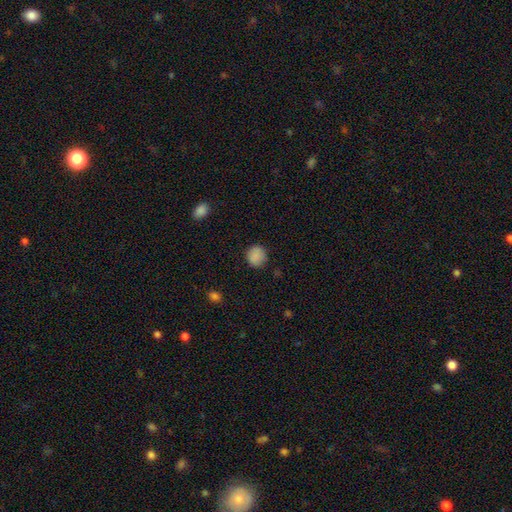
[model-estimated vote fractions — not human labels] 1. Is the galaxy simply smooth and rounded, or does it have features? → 86% smooth, 9% star or artifact, 4% featured or disk.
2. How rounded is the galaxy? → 84% round, 15% in between, 1% cigar-shaped.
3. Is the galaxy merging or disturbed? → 86% none, 10% minor disturbance, 3% major disturbance, 1% merger.